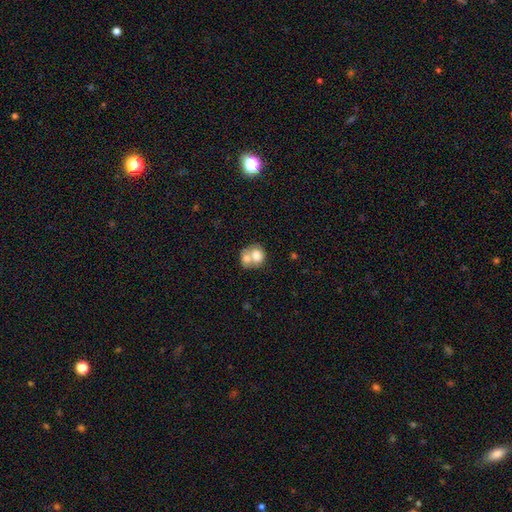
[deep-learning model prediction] Smooth or featured?
  - smooth: 70% *
  - featured or disk: 22%
  - star or artifact: 8%
How rounded?
  - round: 61% *
  - in between: 38%
  - cigar-shaped: 1%
Merging?
  - merger: 67% *
  - none: 22%
  - minor disturbance: 7%
  - major disturbance: 4%